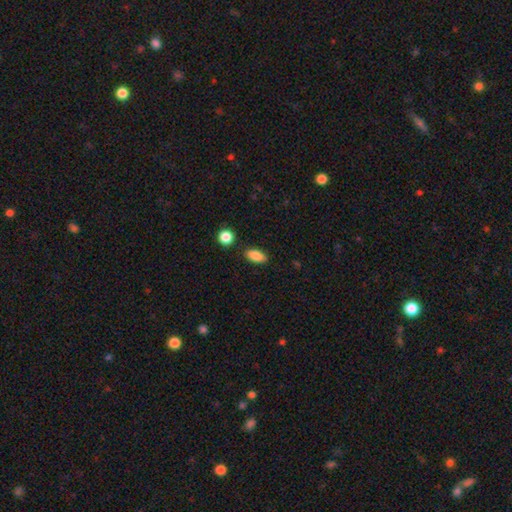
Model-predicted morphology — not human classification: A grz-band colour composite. It shows a smooth galaxy with no disk features (86%) that is in between round and cigar-shaped (88%). Merging: none (86%).